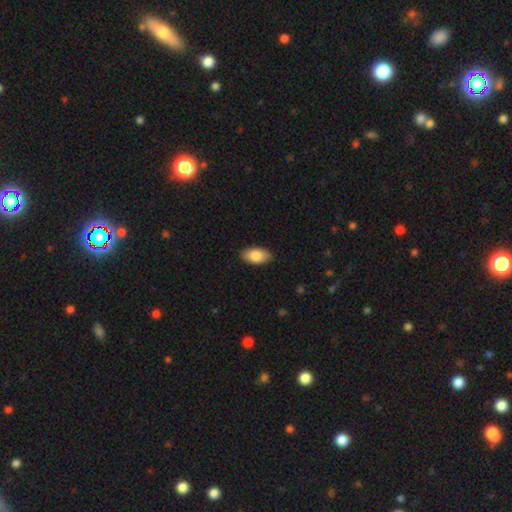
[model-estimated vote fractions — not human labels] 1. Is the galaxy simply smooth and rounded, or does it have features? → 86% smooth, 9% featured or disk, 6% star or artifact.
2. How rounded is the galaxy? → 94% in between, 3% round, 3% cigar-shaped.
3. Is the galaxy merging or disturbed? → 88% none, 9% minor disturbance, 2% major disturbance, 1% merger.